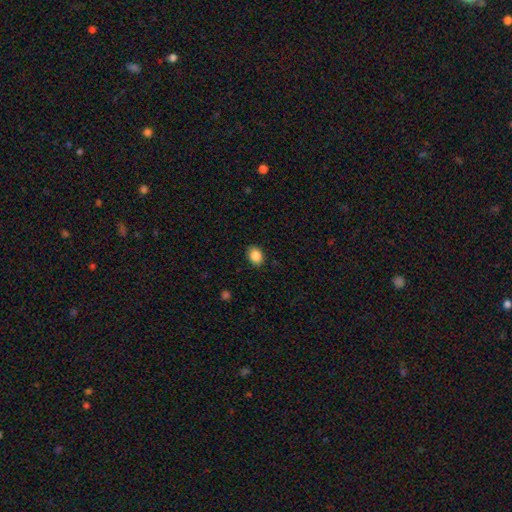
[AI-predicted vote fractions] smooth_or_featured: smooth (p=0.87) [alt: star or artifact p=0.09]
how_rounded: in between (p=0.59) [alt: round p=0.40]
merging: none (p=0.88) [alt: minor disturbance p=0.09]